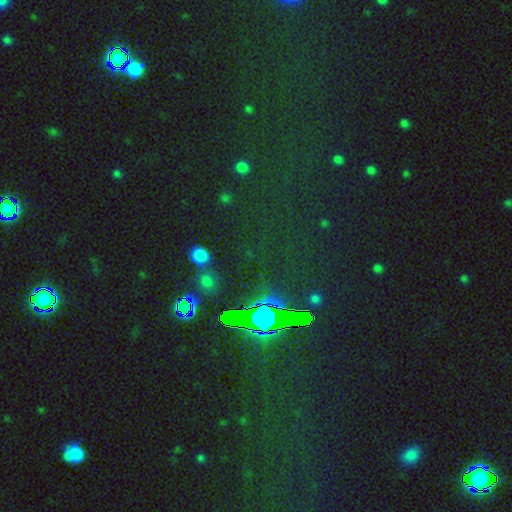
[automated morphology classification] A star or artifact, not a galaxy (75%).